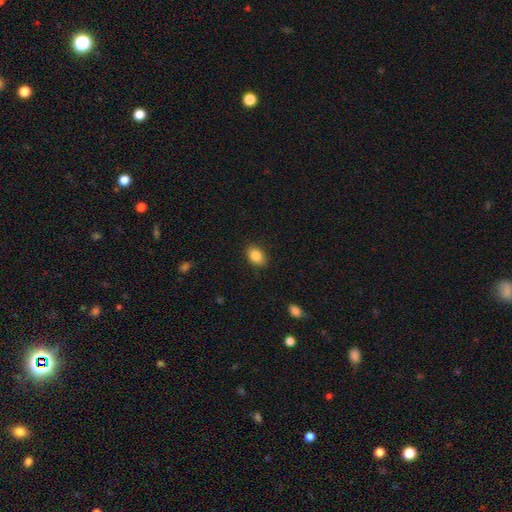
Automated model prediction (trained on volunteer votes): This is clearly a smooth galaxy (86%). How rounded: clearly in between (81%). Merging: clearly none (88%).